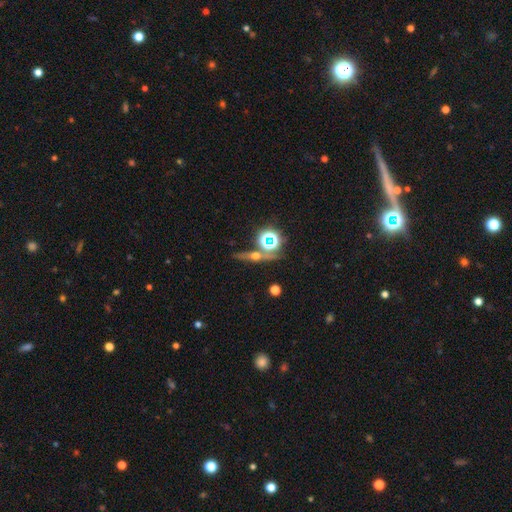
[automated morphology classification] Smooth or featured: featured or disk — 42% (star or artifact — 30%)
Merging: none — 75% (merger — 11%)